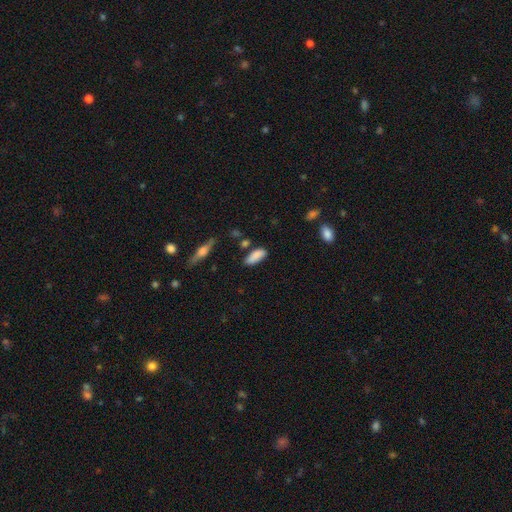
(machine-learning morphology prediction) Smooth or featured: smooth — 86% (star or artifact — 7%)
How rounded: in between — 79% (cigar-shaped — 19%)
Merging: none — 76% (minor disturbance — 17%)